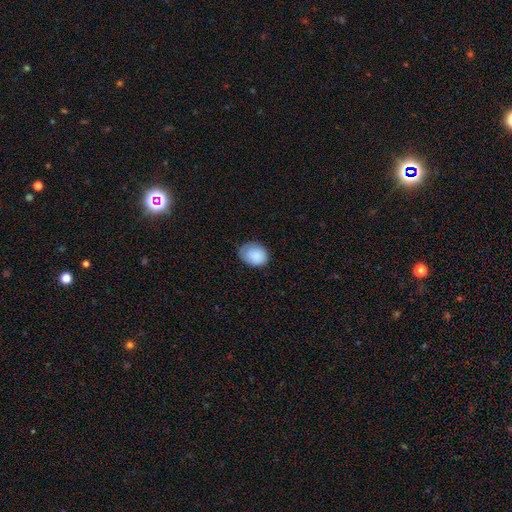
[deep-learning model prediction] Smooth or featured? Predicted: smooth (p=0.88). How rounded? Predicted: in between (p=0.59). Merging? Predicted: none (p=0.65).